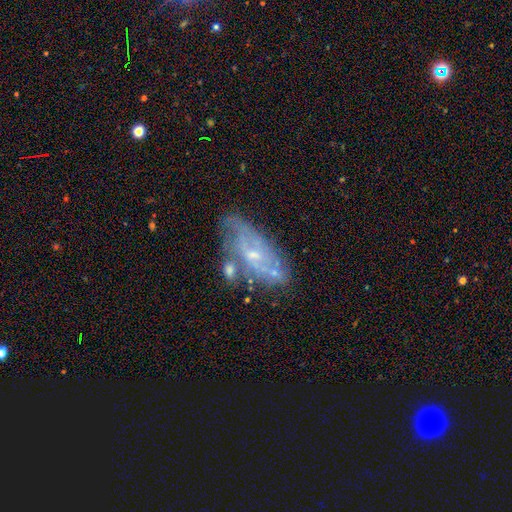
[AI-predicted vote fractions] Smooth or featured? Predicted: featured or disk (p=0.71). Edge-on disk? Predicted: no (p=0.88). Bar? Predicted: no (p=0.59). Spiral arms? Predicted: yes (p=0.75). Bulge size? Predicted: small (p=0.71). Merging? Predicted: none (p=0.57).